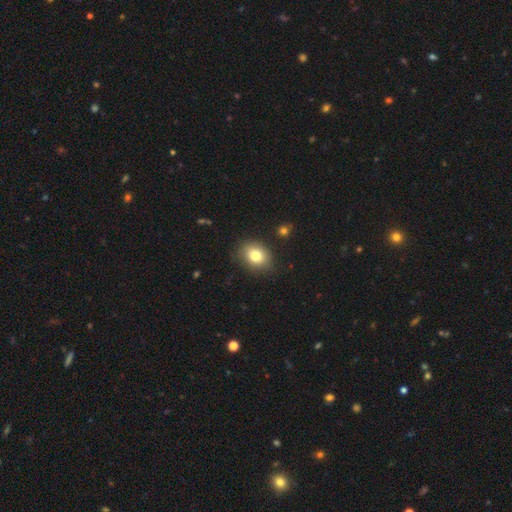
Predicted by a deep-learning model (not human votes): Overall: smooth (80%). How rounded: in between (59%; round 40%). Merging: none (82%).